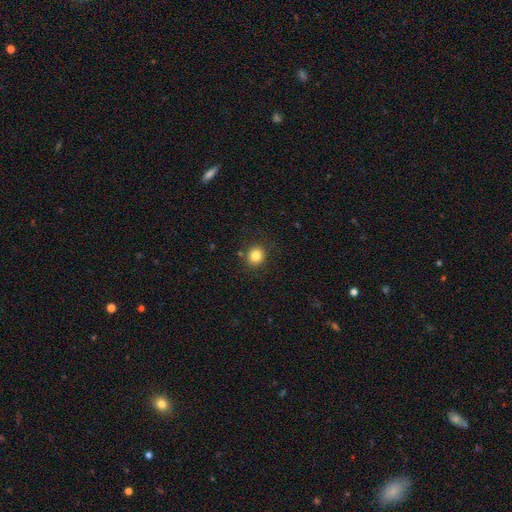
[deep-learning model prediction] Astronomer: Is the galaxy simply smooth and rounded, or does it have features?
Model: smooth — 83%.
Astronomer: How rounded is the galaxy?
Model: round — 85%.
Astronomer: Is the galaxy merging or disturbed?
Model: none — 87%.